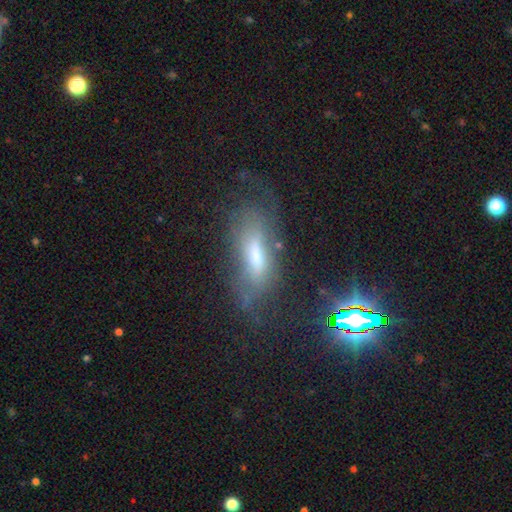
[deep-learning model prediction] Smooth or featured? Predicted: featured or disk (p=0.49). Merging? Predicted: none (p=0.63).